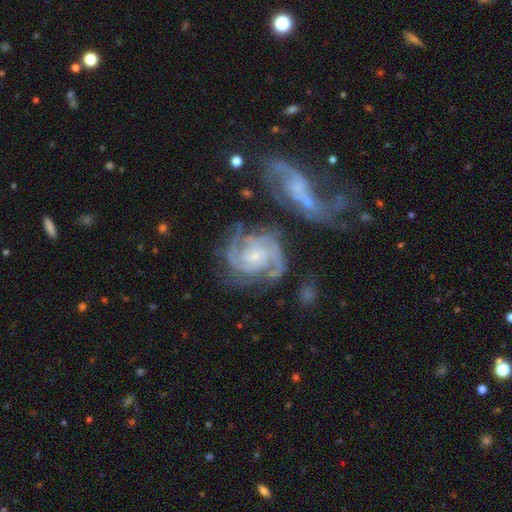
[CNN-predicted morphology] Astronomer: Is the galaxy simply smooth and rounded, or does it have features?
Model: featured or disk — 90%.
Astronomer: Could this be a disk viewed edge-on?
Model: no — 98%.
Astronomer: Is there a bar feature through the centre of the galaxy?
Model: no — 64%.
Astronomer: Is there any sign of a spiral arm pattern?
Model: yes — 98%.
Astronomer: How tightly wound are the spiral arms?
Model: tight — 62%.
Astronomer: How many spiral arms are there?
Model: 3 — 34% (runner-up: 2, 24%).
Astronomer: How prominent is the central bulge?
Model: small — 76%.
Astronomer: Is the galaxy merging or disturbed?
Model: none — 56%.